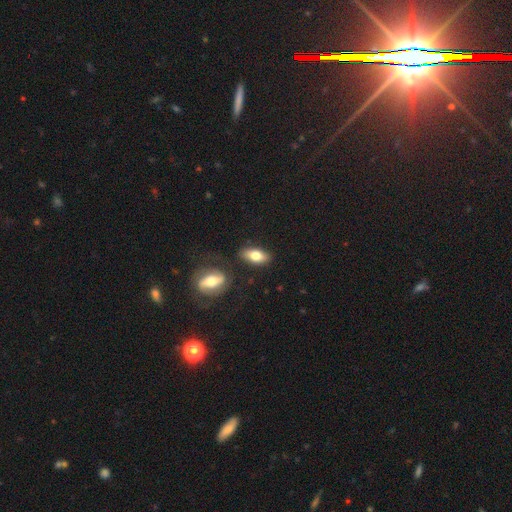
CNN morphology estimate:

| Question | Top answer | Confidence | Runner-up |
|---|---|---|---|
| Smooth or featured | smooth | 72% | featured or disk (22%) |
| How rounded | in between | 84% | cigar-shaped (11%) |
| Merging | none | 80% | minor disturbance (11%) |